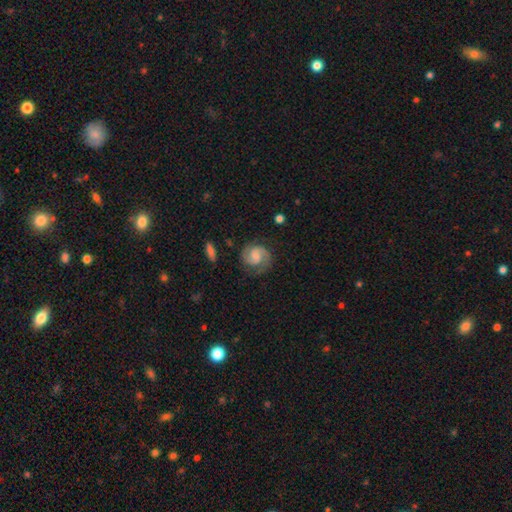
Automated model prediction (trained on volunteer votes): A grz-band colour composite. It shows a featured or disk galaxy (83%) with no bar (45%, tied with weak), 2 (88%) medium (47%) spiral arms (97%) and a moderate central bulge (36%). Merging: none (77%).